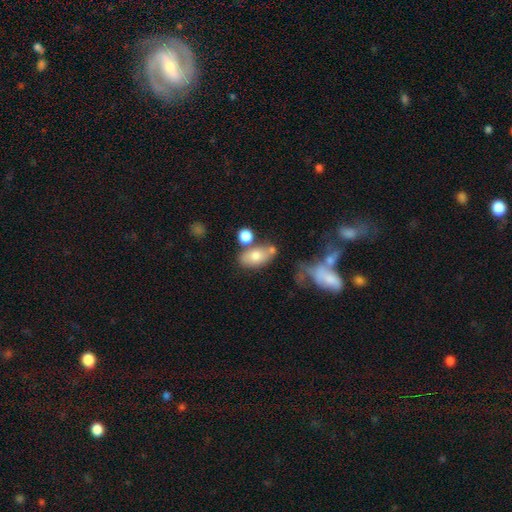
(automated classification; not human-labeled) A smooth galaxy with no disk features (71%) that is in between round and cigar-shaped (88%). Merging: none (53%).